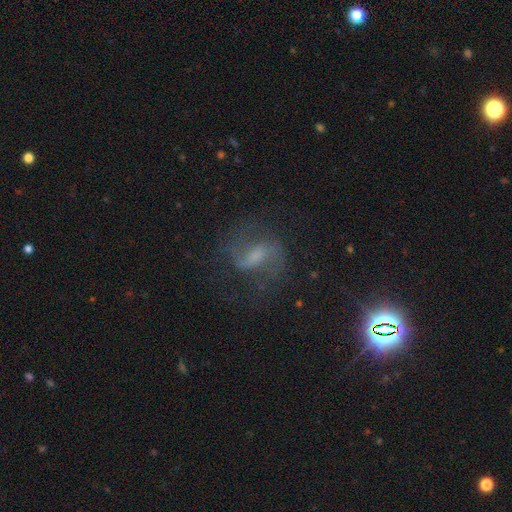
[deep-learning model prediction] Overall: featured or disk (72%). Edge-on disk: no (95%). Bar: weak (48%; strong 35%). Spiral arms: yes (91%). Spiral arm count: 2 (88%). Spiral winding: medium (46%; loose 42%). Bulge size: small (36%; moderate 33%). Merging: none (68%).